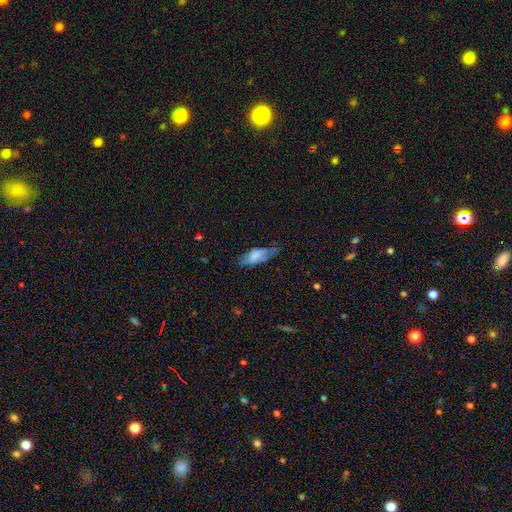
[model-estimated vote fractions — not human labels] A smooth galaxy with no disk features (66%) that is in between round and cigar-shaped (75%).

Vote fractions:
- Smooth or featured? smooth: 66% / featured or disk: 26% / star or artifact: 8%
- How rounded? in between: 75% / cigar-shaped: 23% / round: 2%
- Merging? none: 55% / minor disturbance: 32% / major disturbance: 11% / merger: 2%